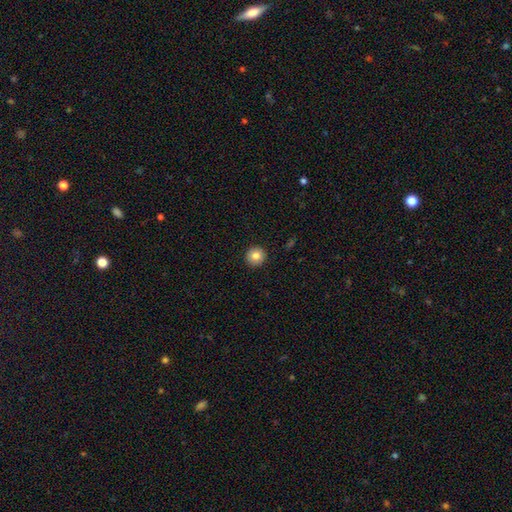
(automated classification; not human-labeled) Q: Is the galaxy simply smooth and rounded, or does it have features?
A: smooth — 83%.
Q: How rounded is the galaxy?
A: round — 95%.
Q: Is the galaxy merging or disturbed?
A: none — 93%.